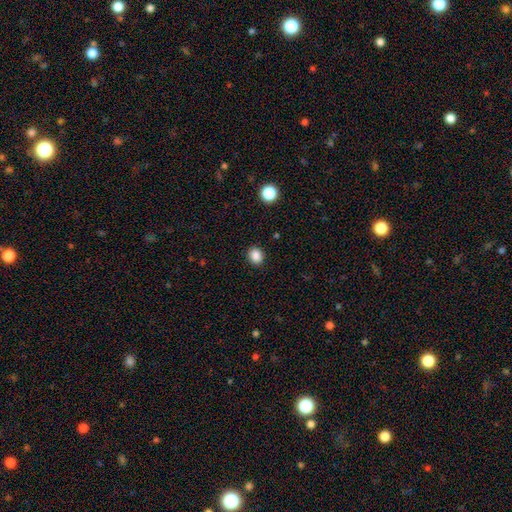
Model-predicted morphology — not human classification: Q: Smooth or featured?
A: smooth (87%); runner-up: star or artifact (10%)
Q: How rounded?
A: round (58%); runner-up: in between (42%)
Q: Merging?
A: none (90%); runner-up: minor disturbance (7%)